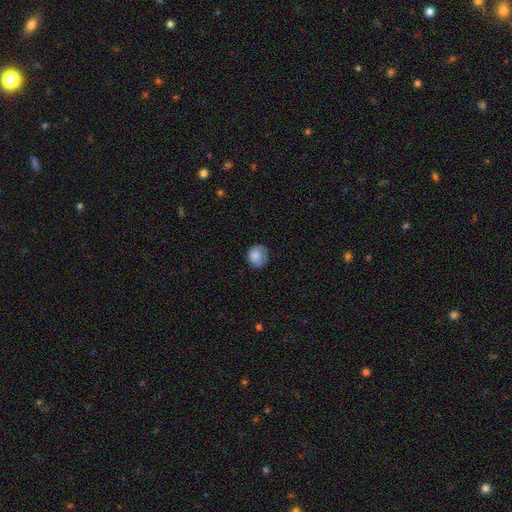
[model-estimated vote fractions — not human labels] Overall: smooth (84%). How rounded: round (75%). Merging: none (72%).